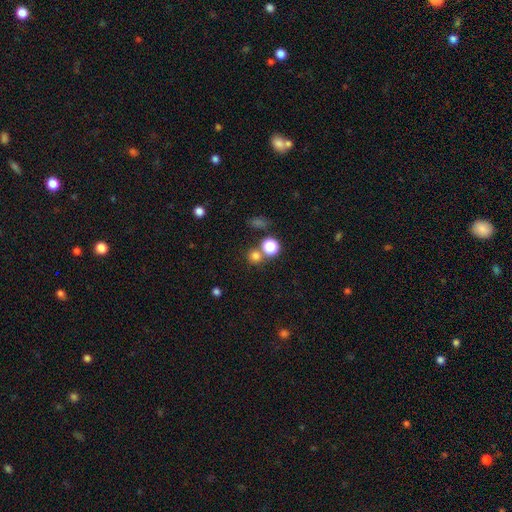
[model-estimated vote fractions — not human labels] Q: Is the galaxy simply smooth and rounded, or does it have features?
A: smooth — 74%.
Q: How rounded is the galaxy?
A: round — 90%.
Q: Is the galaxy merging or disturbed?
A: none — 68%.